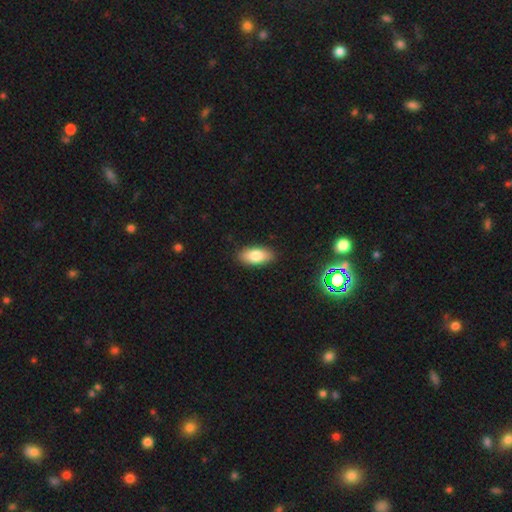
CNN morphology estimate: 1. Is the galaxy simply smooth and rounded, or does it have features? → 83% smooth, 10% featured or disk, 7% star or artifact.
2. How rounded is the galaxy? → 90% in between, 7% cigar-shaped, 2% round.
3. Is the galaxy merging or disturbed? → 88% none, 9% minor disturbance, 2% major disturbance, 1% merger.